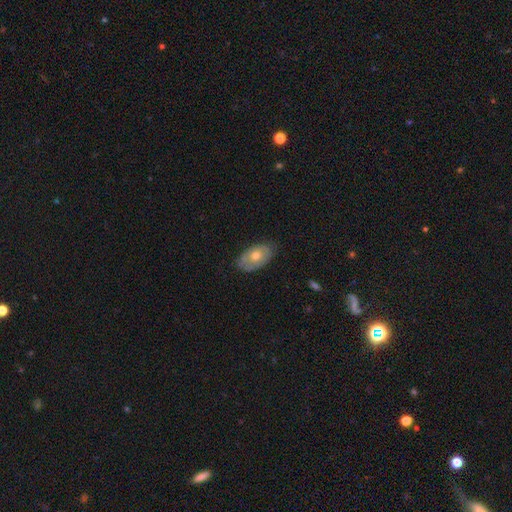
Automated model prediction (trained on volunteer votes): smooth_or_featured: smooth (p=0.48) [alt: featured or disk p=0.45]
merging: none (p=0.77) [alt: minor disturbance p=0.18]